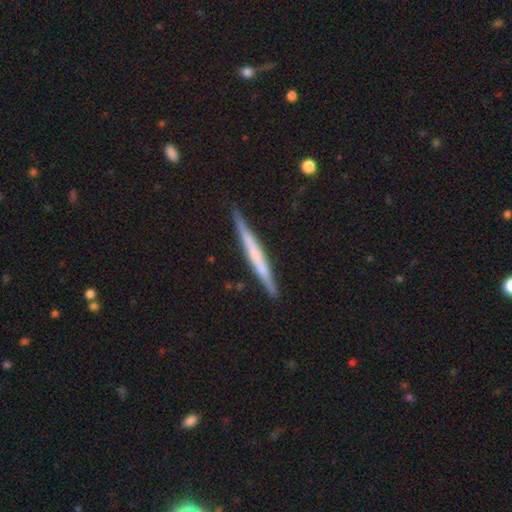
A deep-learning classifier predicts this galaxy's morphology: featured or disk 53%, smooth 41%, star or artifact 6%. Down the decision tree: edge-on disk — yes (97%); edge-on bulge — none (74%); merging — none (87%).